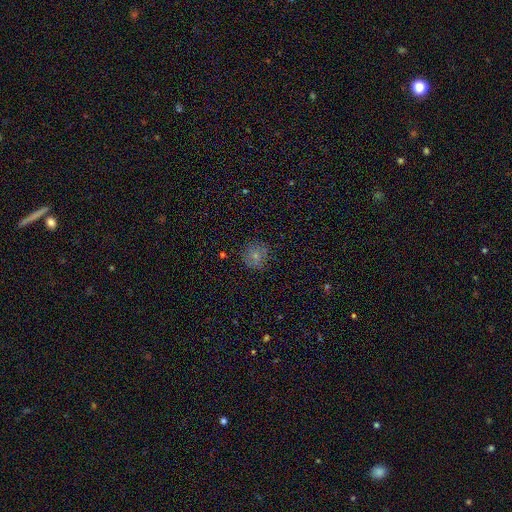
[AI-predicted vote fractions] Smooth or featured?
  - smooth: 74% *
  - star or artifact: 15%
  - featured or disk: 11%
How rounded?
  - round: 90% *
  - in between: 9%
  - cigar-shaped: 1%
Merging?
  - none: 83% *
  - minor disturbance: 12%
  - major disturbance: 3%
  - merger: 2%